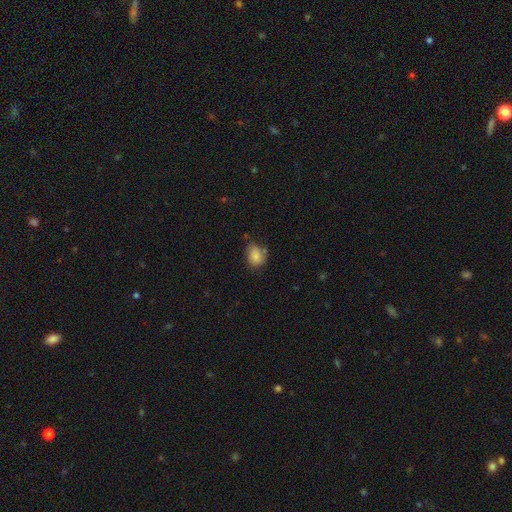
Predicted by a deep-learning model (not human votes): A smooth galaxy with no disk features (79%) that is in between round and cigar-shaped (55%).

Vote fractions:
- Smooth or featured? smooth: 79% / featured or disk: 12% / star or artifact: 9%
- How rounded? in between: 55% / round: 44% / cigar-shaped: 1%
- Merging? none: 53% / minor disturbance: 32% / major disturbance: 10% / merger: 6%